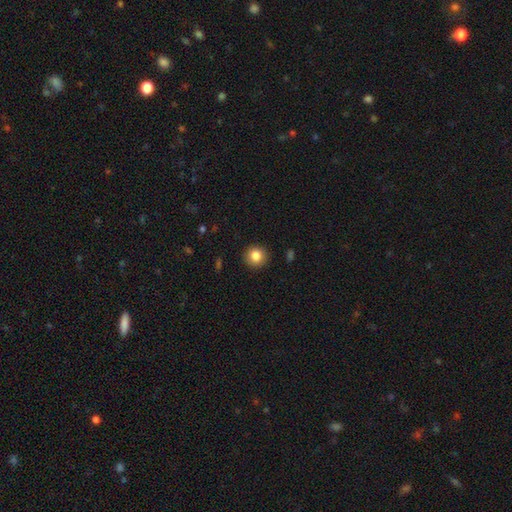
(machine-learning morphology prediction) type=smooth (85%); roundness=round (92%); merging=none (91%).